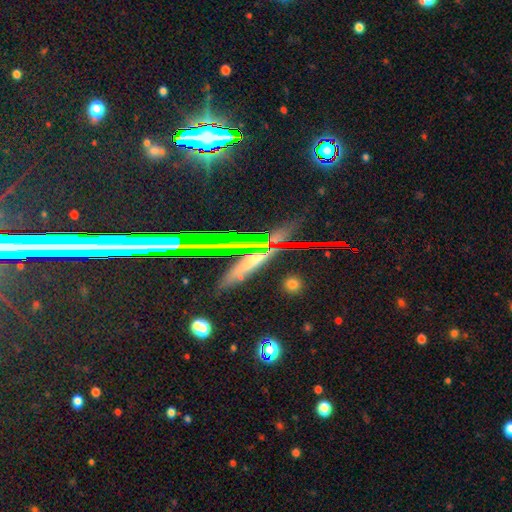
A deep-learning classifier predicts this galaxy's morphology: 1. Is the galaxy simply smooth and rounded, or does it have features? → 55% star or artifact, 25% featured or disk, 20% smooth.